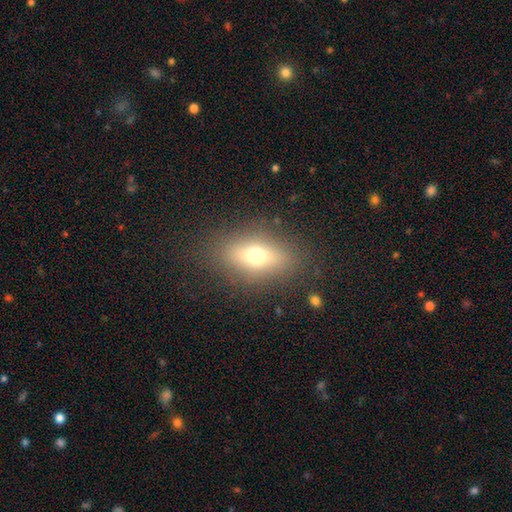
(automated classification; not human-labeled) A smooth galaxy with no disk features (62%) that is in between round and cigar-shaped (72%). Merging: none (82%).